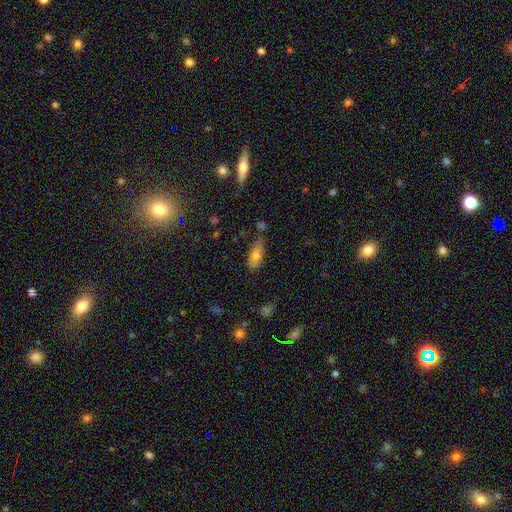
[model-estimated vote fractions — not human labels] Smooth or featured? Predicted: smooth (p=0.72). How rounded? Predicted: in between (p=0.80). Merging? Predicted: none (p=0.63).